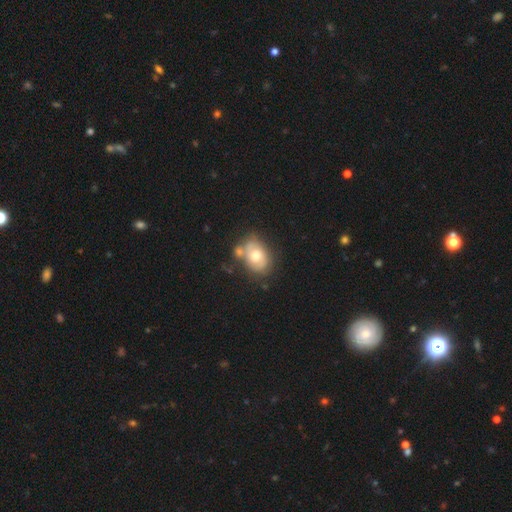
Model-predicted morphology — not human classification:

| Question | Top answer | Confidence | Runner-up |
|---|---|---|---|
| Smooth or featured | smooth | 50% | featured or disk (43%) |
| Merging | none | 48% | minor disturbance (22%) |